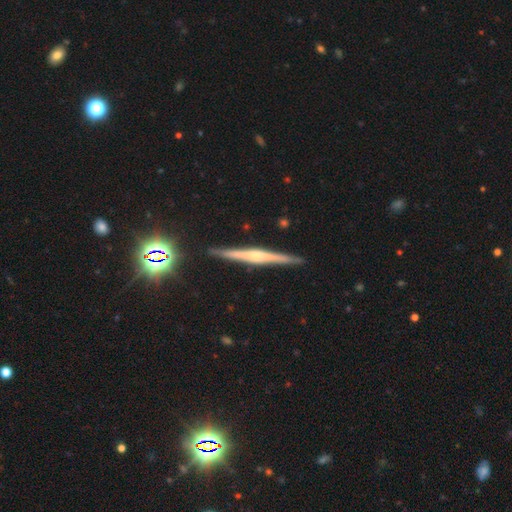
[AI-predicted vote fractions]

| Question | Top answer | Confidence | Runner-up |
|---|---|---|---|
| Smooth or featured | featured or disk | 73% | smooth (19%) |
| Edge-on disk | yes | 98% | no (2%) |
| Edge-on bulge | rounded | 62% | none (21%) |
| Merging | none | 91% | minor disturbance (7%) |